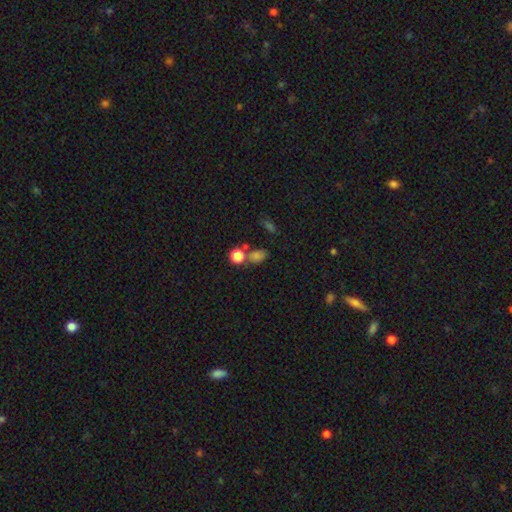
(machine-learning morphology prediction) smooth_or_featured: smooth (p=0.68) [alt: star or artifact p=0.24]
how_rounded: round (p=0.49) [alt: in between p=0.48]
merging: none (p=0.57) [alt: merger p=0.25]